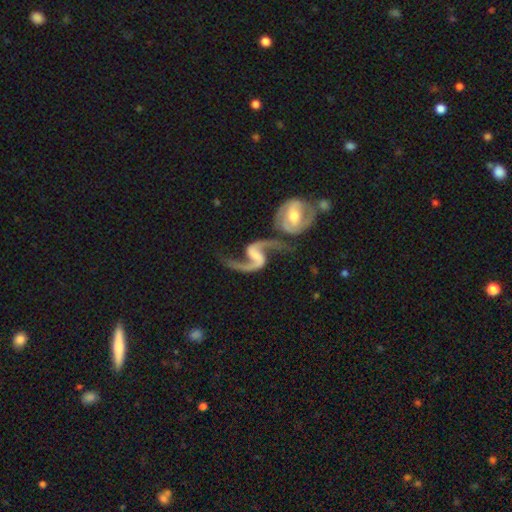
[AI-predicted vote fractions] The model was most divided on "bulge size": small: 35%, none: 34%, moderate: 23%, large: 5%, dominant: 2%. Remaining: edge-on disk — no (98%); spiral arms — yes (98%); spiral arm count — 2 (93%); smooth or featured — featured or disk (93%); spiral winding — loose (79%); merging — none (46%); bar — weak (45%).